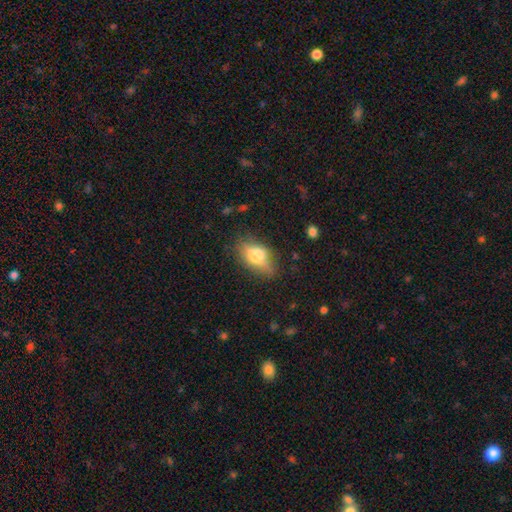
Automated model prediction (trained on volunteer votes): Overall: smooth (60%; featured or disk 30%). How rounded: in between (82%). Merging: none (60%; minor disturbance 26%).